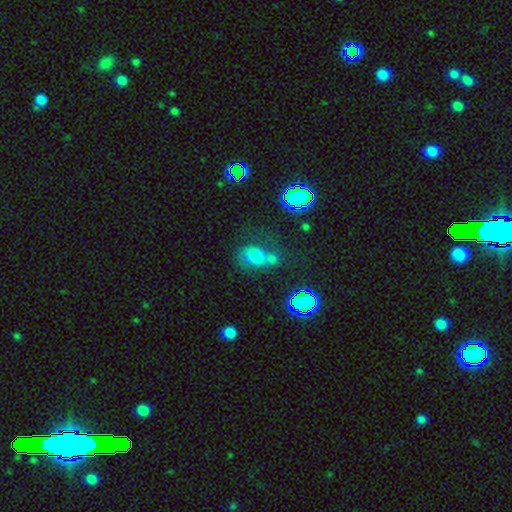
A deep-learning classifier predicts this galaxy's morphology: This is likely a smooth galaxy (61%). How rounded: likely in between (62%). Merging: marginally merger (36%).